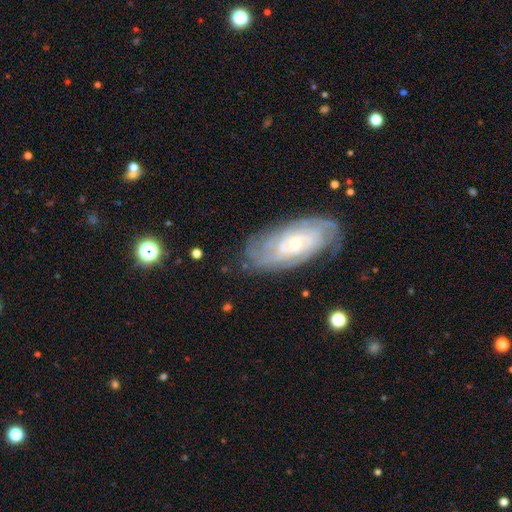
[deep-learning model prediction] featured or disk 81%, smooth 12%, star or artifact 7%. Down the decision tree: edge-on disk — no (93%); bar — no (62%); spiral arms — yes (95%); spiral arm count — can't tell (42%); spiral winding — tight (73%); bulge size — small (56%); merging — none (78%).